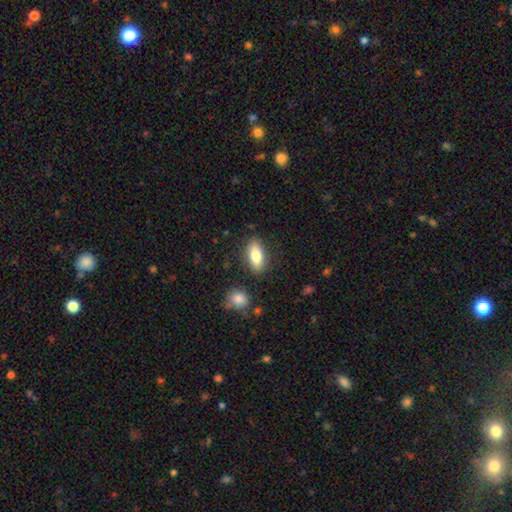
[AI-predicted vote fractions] The model was most divided on "smooth or featured": smooth: 80%, featured or disk: 13%, star or artifact: 7%. More confident: merging — none (84%); how rounded — in between (82%).